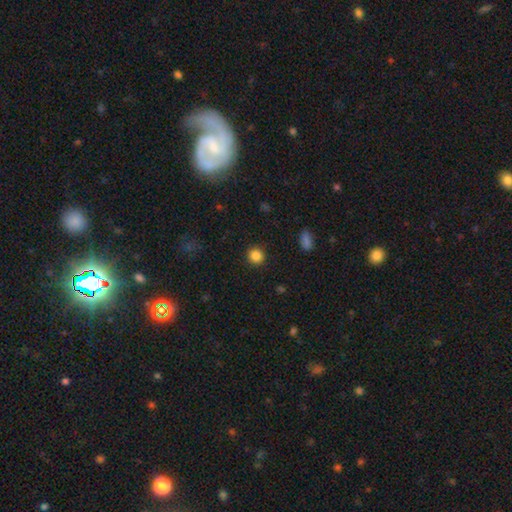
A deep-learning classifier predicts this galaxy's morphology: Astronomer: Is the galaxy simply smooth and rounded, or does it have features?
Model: smooth — 85%.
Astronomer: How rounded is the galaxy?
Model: round — 92%.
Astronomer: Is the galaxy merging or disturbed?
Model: none — 91%.